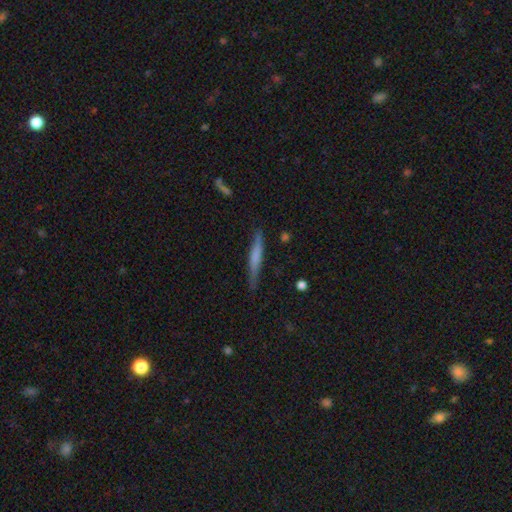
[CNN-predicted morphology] Q: Smooth or featured?
A: smooth (56%); runner-up: featured or disk (38%)
Q: How rounded?
A: cigar-shaped (94%); runner-up: in between (5%)
Q: Merging?
A: none (80%); runner-up: minor disturbance (15%)